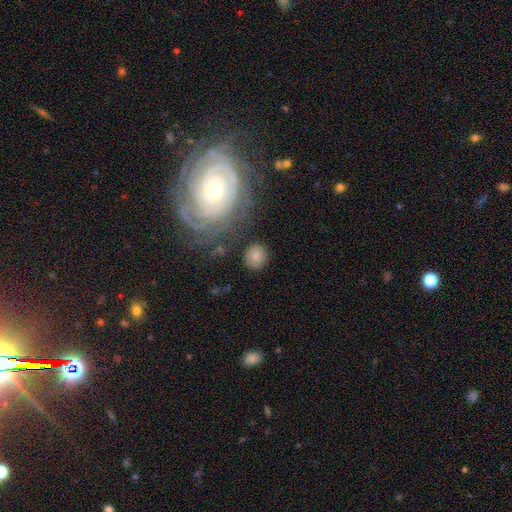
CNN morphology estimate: Overall: smooth (77%). How rounded: round (81%). Merging: none (83%).